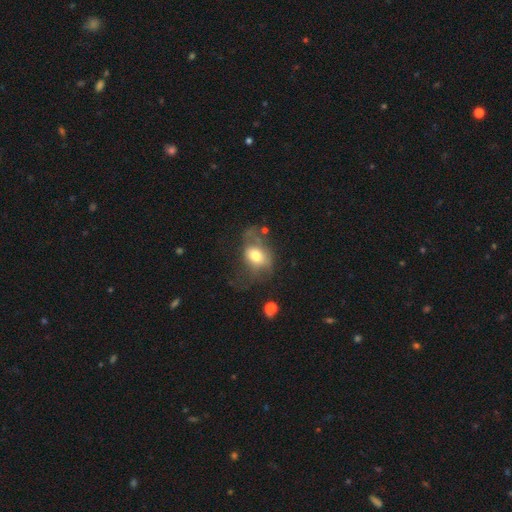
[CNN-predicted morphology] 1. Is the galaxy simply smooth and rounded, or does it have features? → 62% smooth, 29% featured or disk, 9% star or artifact.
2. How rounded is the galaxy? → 67% in between, 32% round, 1% cigar-shaped.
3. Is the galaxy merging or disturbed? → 41% major disturbance, 30% none, 25% minor disturbance, 5% merger.